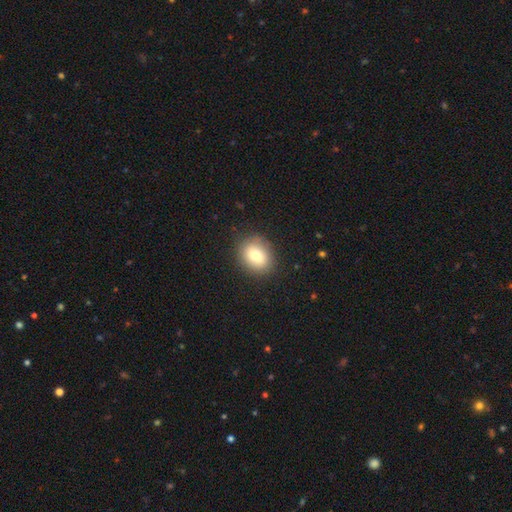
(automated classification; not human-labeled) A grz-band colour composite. It shows a smooth galaxy with no disk features (75%) that is round (56%). Merging: none (86%).